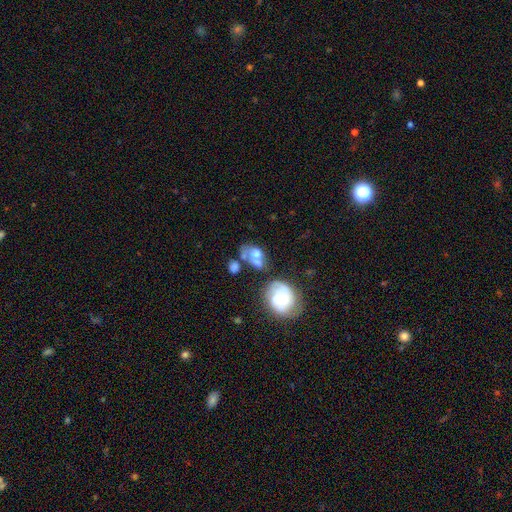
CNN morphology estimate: The model was most divided on "smooth or featured": smooth: 49%, featured or disk: 41%, star or artifact: 10%. Remaining: merging — merger (46%).